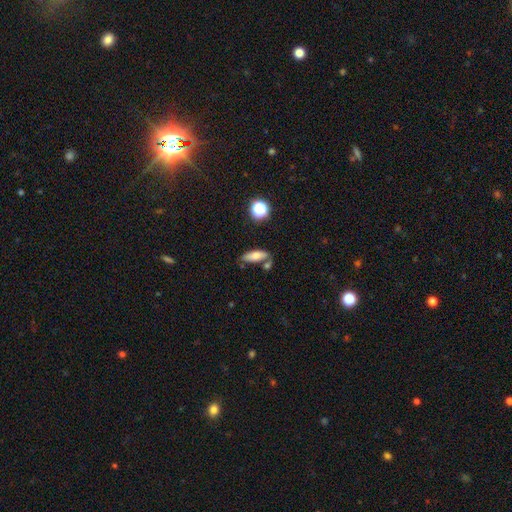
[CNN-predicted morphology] Smooth or featured? smooth (71%)
How rounded? in between (65%)
Merging? none (60%)